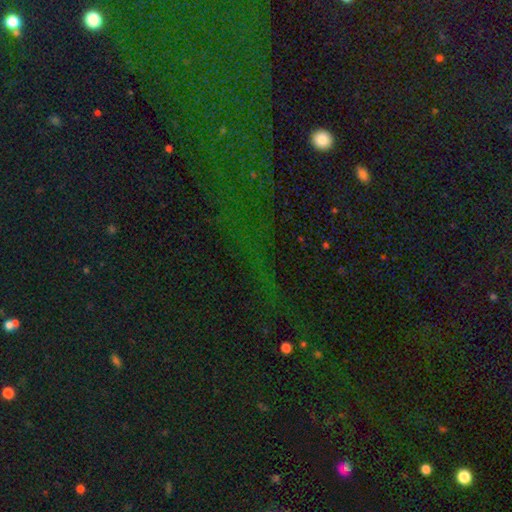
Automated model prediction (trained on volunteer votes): Morphology: type=star or artifact (77%).